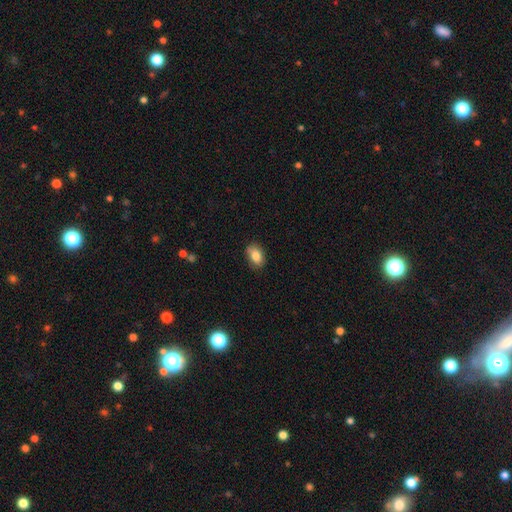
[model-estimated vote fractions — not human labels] Smooth or featured? smooth (83%)
How rounded? in between (86%)
Merging? none (82%)